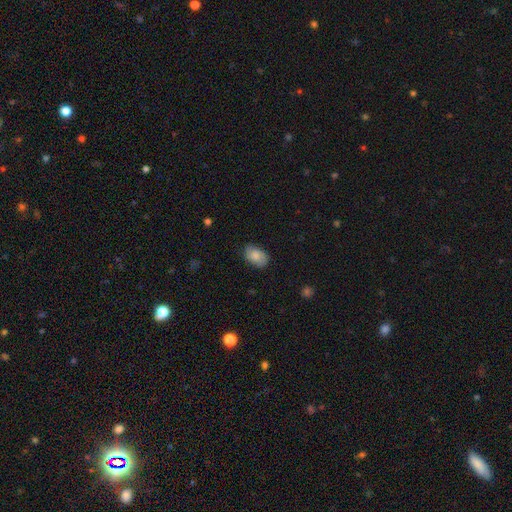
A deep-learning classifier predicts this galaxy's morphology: Smooth or featured: smooth — 77% (featured or disk — 16%)
How rounded: in between — 87% (round — 11%)
Merging: none — 79% (minor disturbance — 16%)